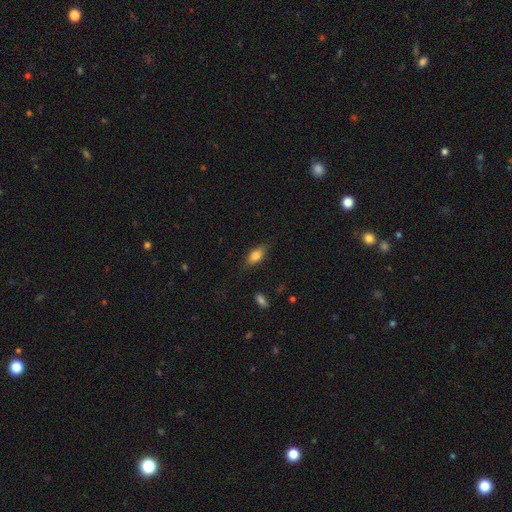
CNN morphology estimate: Overall: smooth (79%). How rounded: in between (83%). Merging: none (79%).